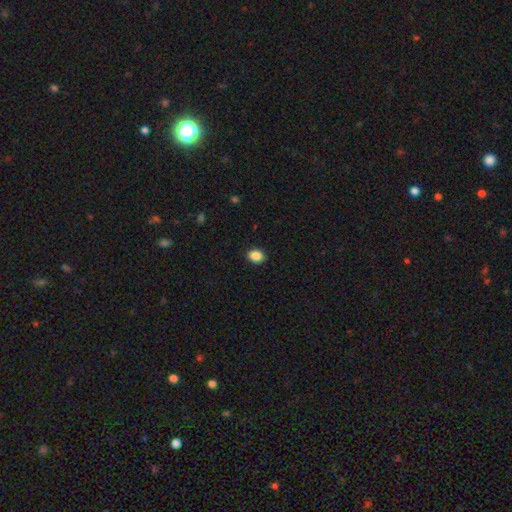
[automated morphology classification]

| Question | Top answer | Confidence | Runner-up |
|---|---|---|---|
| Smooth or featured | smooth | 88% | star or artifact (9%) |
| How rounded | in between | 50% | round (49%) |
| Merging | none | 90% | minor disturbance (7%) |